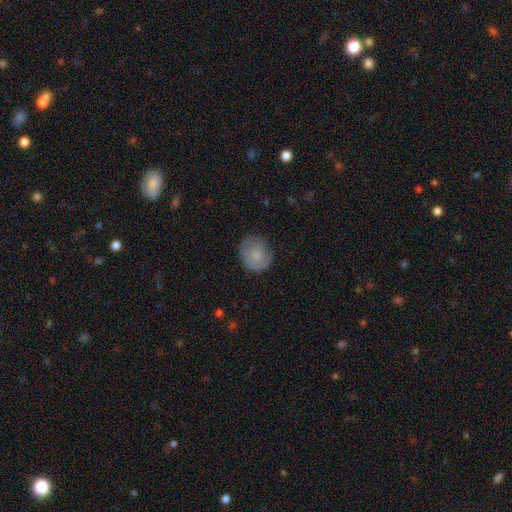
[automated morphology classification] smooth 72%, featured or disk 21%, star or artifact 8%. Down the decision tree: how rounded — round (68%); merging — none (69%).